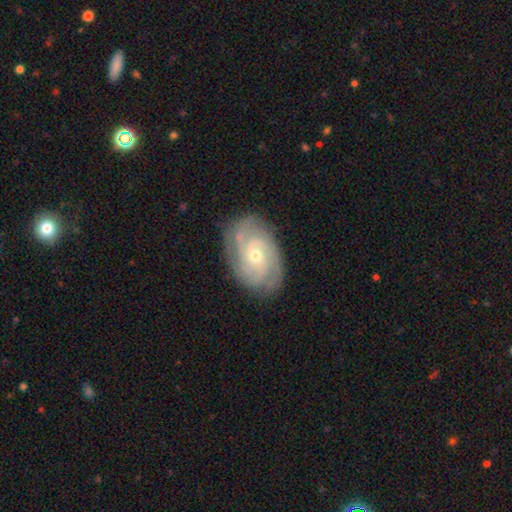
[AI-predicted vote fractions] Overall: featured or disk (85%). Edge-on disk: no (96%). Bar: no (72%). Spiral arms: yes (96%). Spiral arm count: 3 (33%; can't tell 22%). Spiral winding: tight (68%). Bulge size: small (56%; moderate 41%). Merging: none (81%).